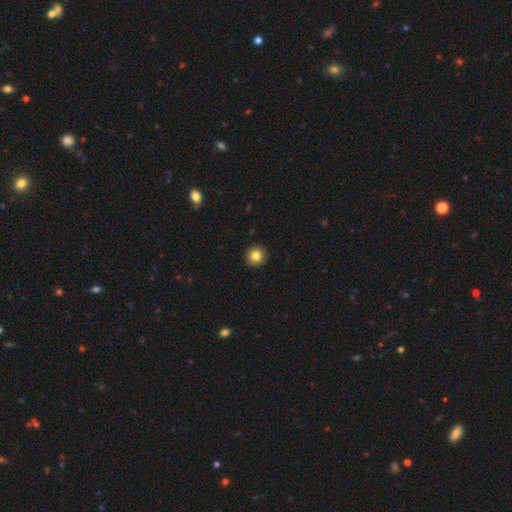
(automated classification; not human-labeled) A smooth galaxy with no disk features (83%) that is round (94%).

Vote fractions:
- Smooth or featured? smooth: 83% / star or artifact: 10% / featured or disk: 7%
- How rounded? round: 94% / in between: 5% / cigar-shaped: 1%
- Merging? none: 93% / minor disturbance: 5% / major disturbance: 1% / merger: 1%